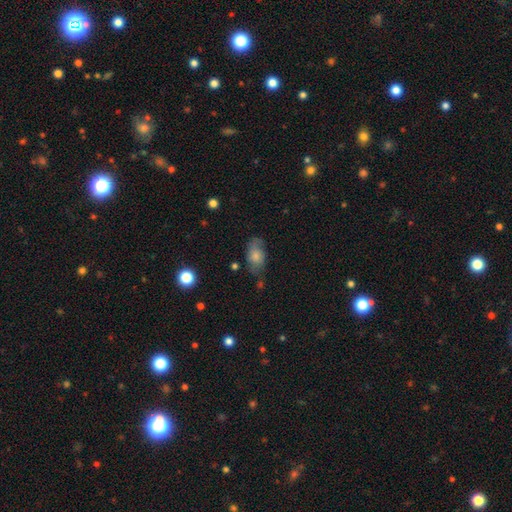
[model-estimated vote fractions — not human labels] Morphology: type=smooth (69%); roundness=in between (88%); merging=none (56%).